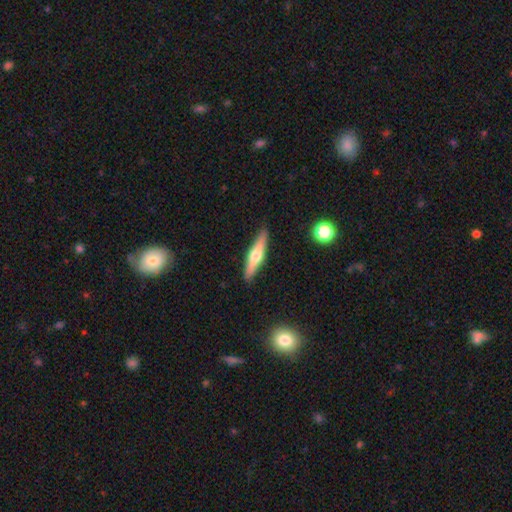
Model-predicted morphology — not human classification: Smooth or featured? featured or disk (53%)
Edge-on disk? yes (94%)
Merging? none (90%)